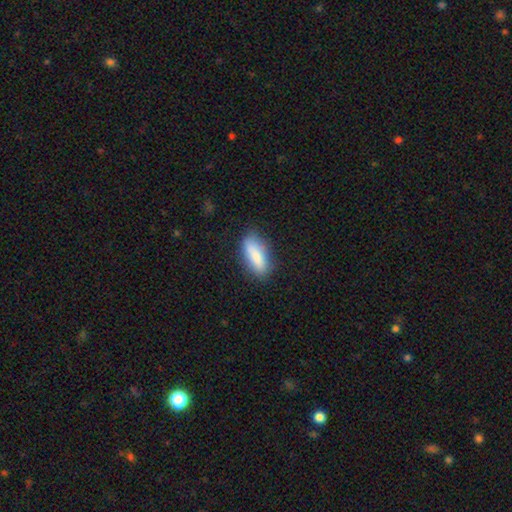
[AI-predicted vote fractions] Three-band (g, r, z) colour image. It shows a smooth galaxy with no disk features (80%) that is in between round and cigar-shaped (70%). Merging: none (78%).